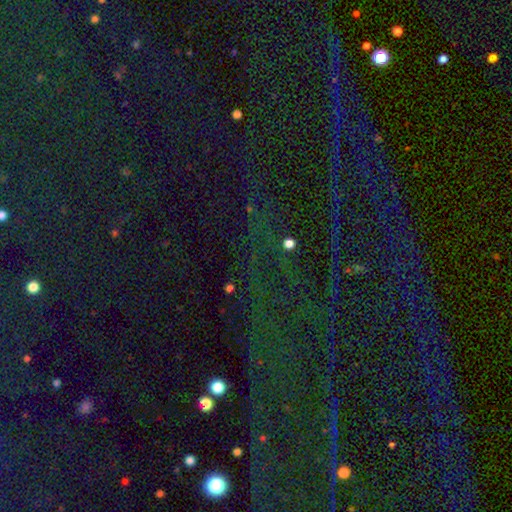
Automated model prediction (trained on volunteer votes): This is clearly a star or artifact rather than a galaxy (82%).